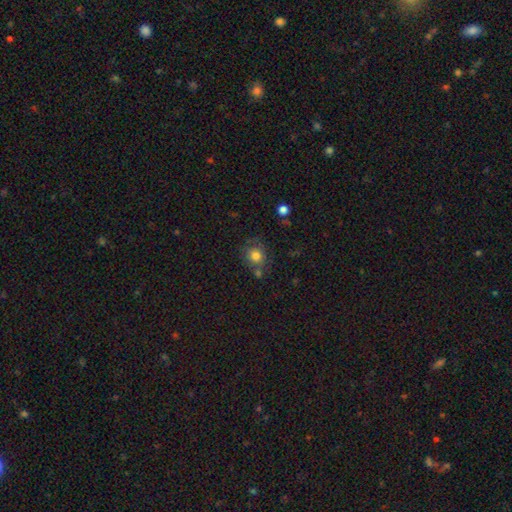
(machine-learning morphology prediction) Overall: smooth (78%). How rounded: round (81%). Merging: none (65%).